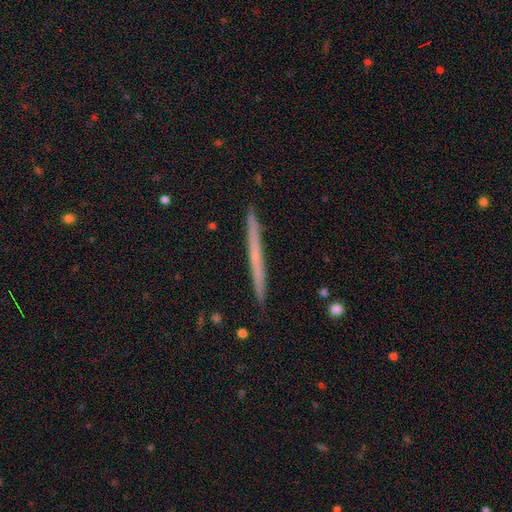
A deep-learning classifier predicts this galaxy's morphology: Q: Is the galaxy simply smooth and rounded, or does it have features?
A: featured or disk — 52%.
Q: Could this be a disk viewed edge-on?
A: yes — 97%.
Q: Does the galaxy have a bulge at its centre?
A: none — 85%.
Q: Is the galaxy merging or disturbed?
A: none — 92%.